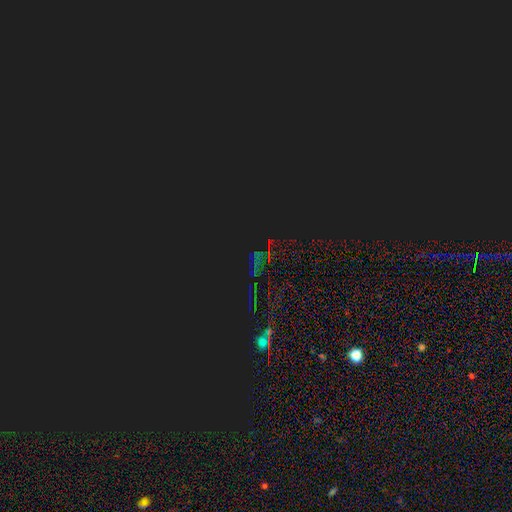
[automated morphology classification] star or artifact 81%, smooth 12%, featured or disk 7%.